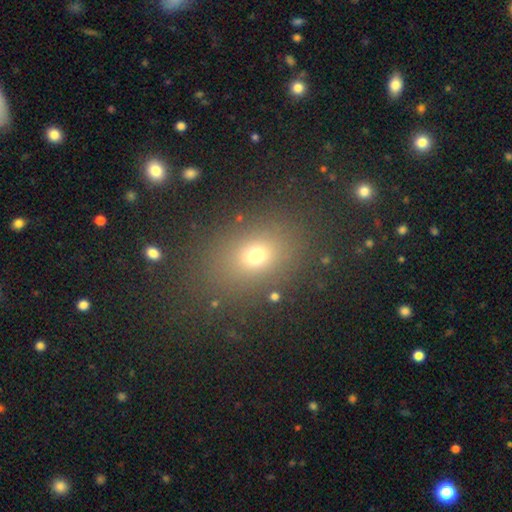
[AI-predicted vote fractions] Smooth or featured? Predicted: smooth (p=0.69). How rounded? Predicted: in between (p=0.58). Merging? Predicted: none (p=0.83).